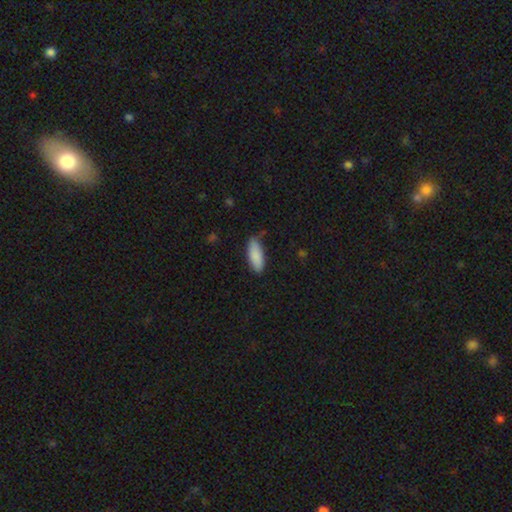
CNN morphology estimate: Smooth or featured? smooth (89%)
How rounded? in between (75%)
Merging? none (79%)